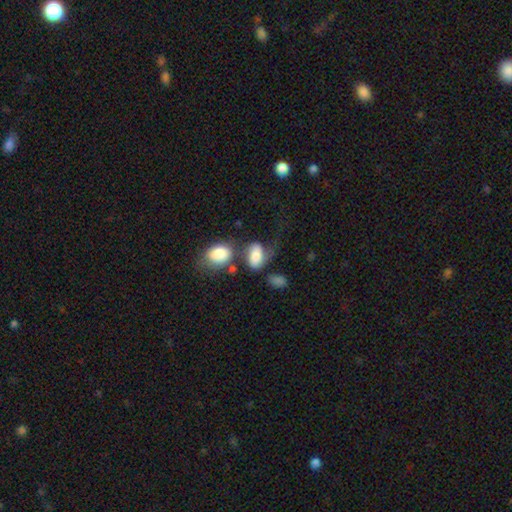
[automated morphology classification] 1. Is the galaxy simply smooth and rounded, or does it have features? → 70% smooth, 21% featured or disk, 9% star or artifact.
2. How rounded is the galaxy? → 88% in between, 9% round, 2% cigar-shaped.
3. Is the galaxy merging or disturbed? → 31% none, 27% merger, 22% major disturbance, 20% minor disturbance.